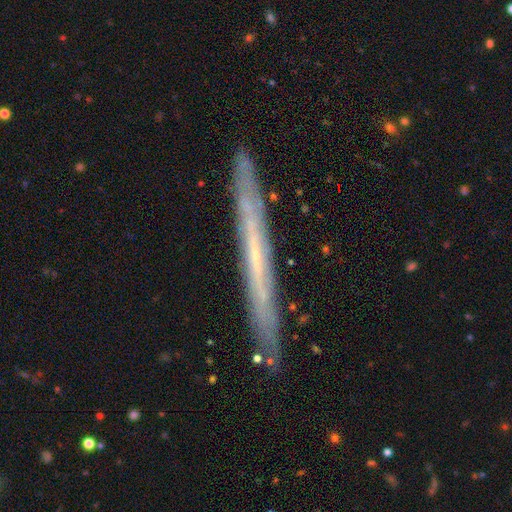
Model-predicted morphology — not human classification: This appears to be a featured or disk galaxy (66%) viewed edge-on (90%) with no central bulge (87%). Merging: none (87%).